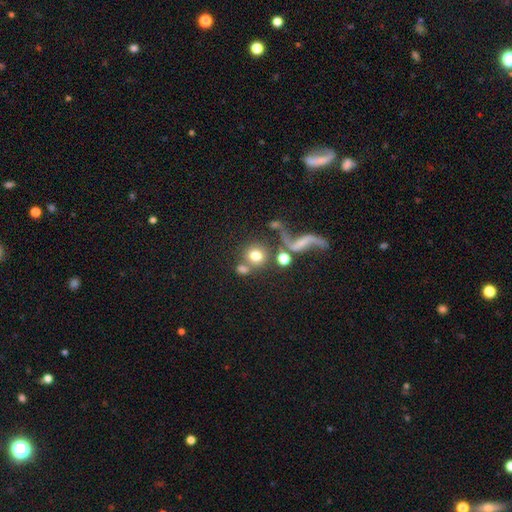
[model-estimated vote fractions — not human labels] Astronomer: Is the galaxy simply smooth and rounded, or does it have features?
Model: smooth — 72%.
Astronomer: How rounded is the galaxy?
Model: round — 87%.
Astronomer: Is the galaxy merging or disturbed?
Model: none — 58%.